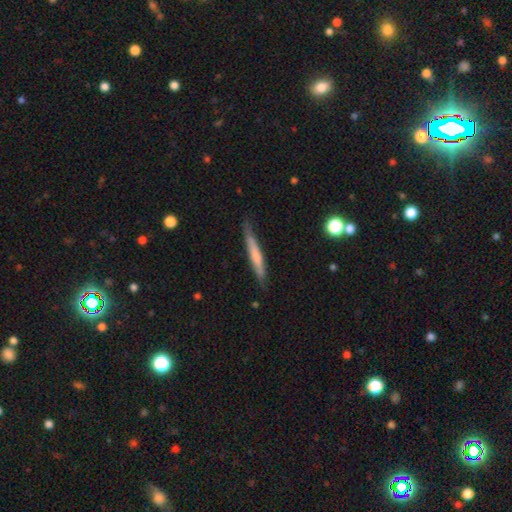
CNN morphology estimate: This appears to be a smooth galaxy with no disk features (56%) that is cigar-shaped (94%). Merging: none (76%).